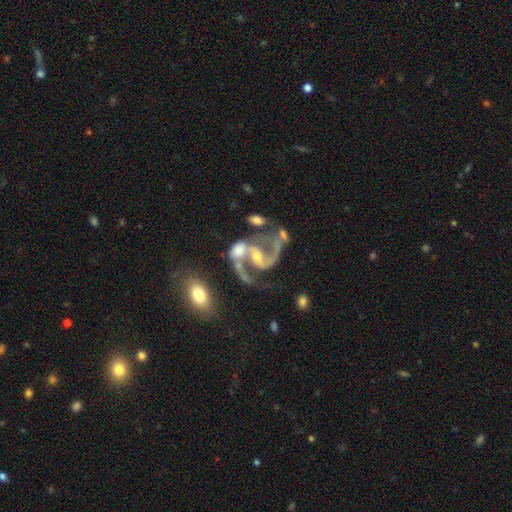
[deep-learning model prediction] Smooth or featured? Predicted: featured or disk (p=0.90). Edge-on disk? Predicted: no (p=0.98). Bar? Predicted: weak (p=0.39). Spiral arms? Predicted: yes (p=0.96). Spiral winding? Predicted: medium (p=0.54). Spiral arm count? Predicted: 2 (p=0.88). Bulge size? Predicted: small (p=0.50). Merging? Predicted: none (p=0.33).